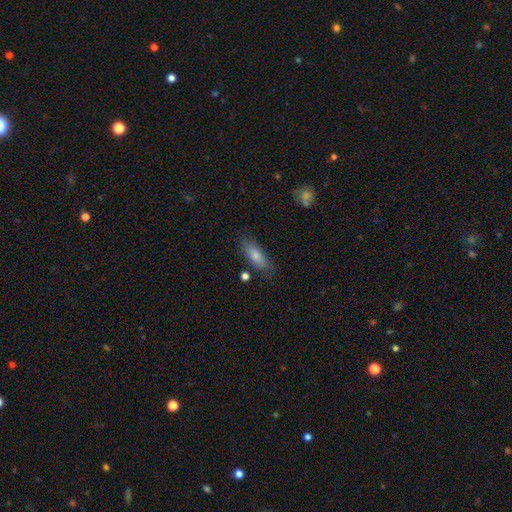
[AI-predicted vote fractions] Q: Smooth or featured?
A: smooth (79%); runner-up: featured or disk (14%)
Q: How rounded?
A: in between (70%); runner-up: cigar-shaped (28%)
Q: Merging?
A: none (75%); runner-up: minor disturbance (17%)